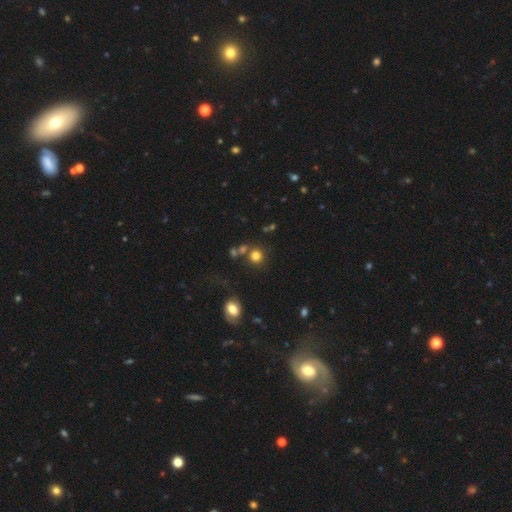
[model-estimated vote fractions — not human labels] A smooth galaxy with no disk features (78%) that is round (89%). Merging: none (71%).